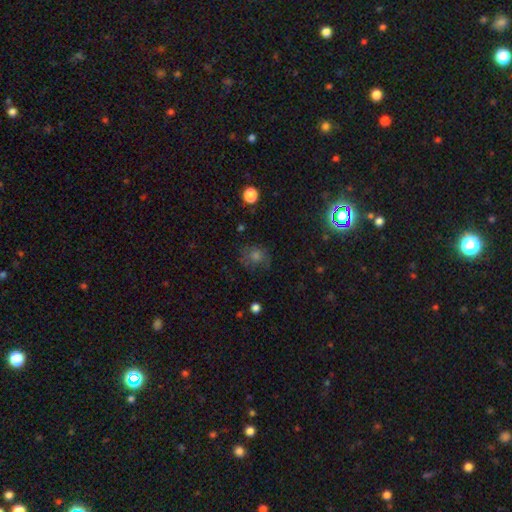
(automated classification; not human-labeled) The model was most divided on "smooth or featured": smooth: 48%, star or artifact: 32%, featured or disk: 20%. More confident: merging — none (72%).